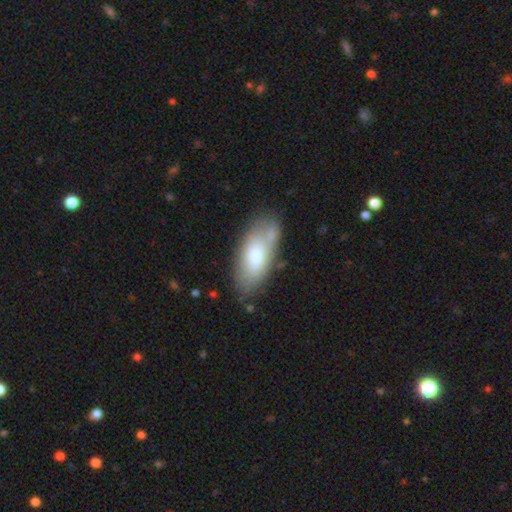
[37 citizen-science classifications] Smooth or featured? 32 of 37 (86%) said smooth. How rounded? 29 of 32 (91%) said in between. Merging? 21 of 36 (58%) said none.